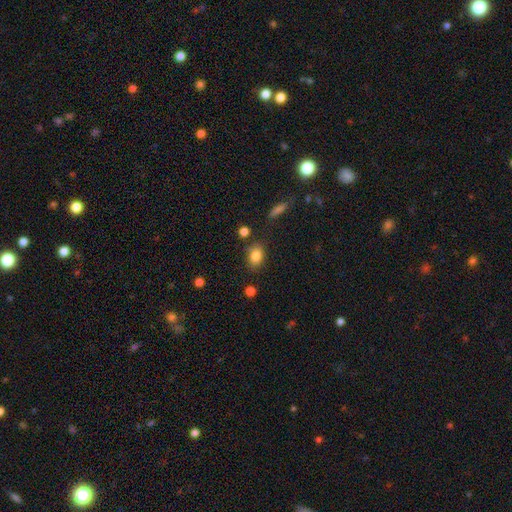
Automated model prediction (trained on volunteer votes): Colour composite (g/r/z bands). It shows a smooth galaxy with no disk features (84%) that is in between round and cigar-shaped (72%). Merging: none (77%).